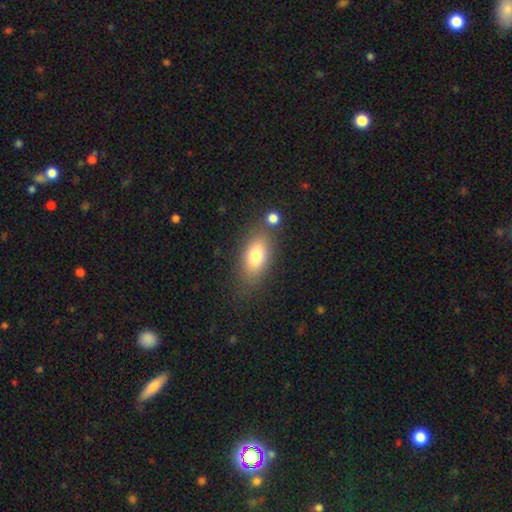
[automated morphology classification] smooth 77%, featured or disk 14%, star or artifact 9%. Down the decision tree: how rounded — in between (86%); merging — none (73%).